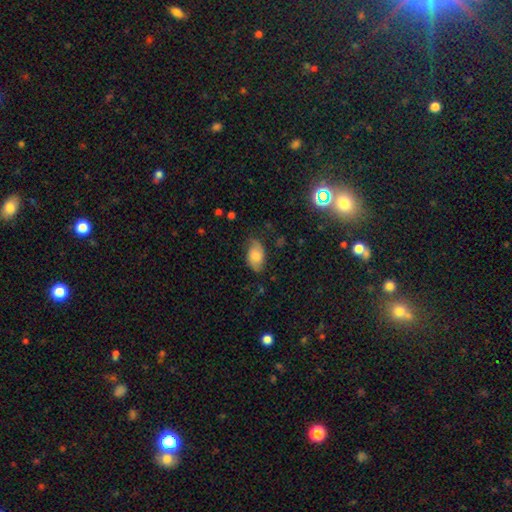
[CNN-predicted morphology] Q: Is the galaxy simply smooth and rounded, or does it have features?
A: smooth — 55%.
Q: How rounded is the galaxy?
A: in between — 90%.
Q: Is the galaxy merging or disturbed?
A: none — 67%.